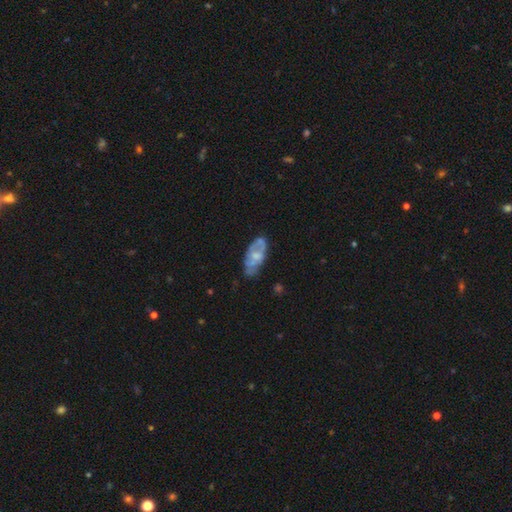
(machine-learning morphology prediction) smooth_or_featured: featured or disk (p=0.54) [alt: smooth p=0.39]
disk_edge_on: no (p=0.89) [alt: yes p=0.11]
merging: none (p=0.56) [alt: minor disturbance p=0.29]